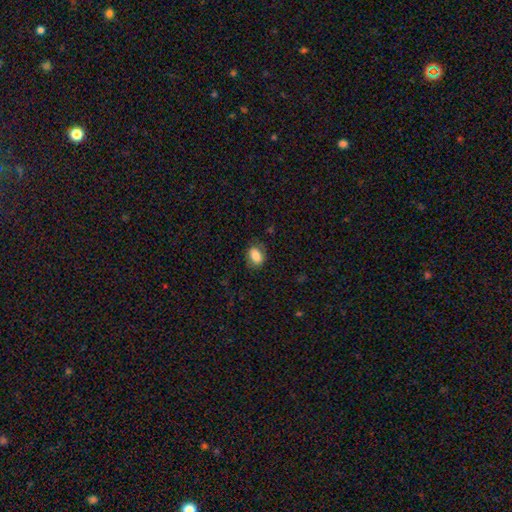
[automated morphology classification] A smooth galaxy with no disk features (81%) that is in between round and cigar-shaped (79%).

Vote fractions:
- Smooth or featured? smooth: 81% / featured or disk: 11% / star or artifact: 8%
- How rounded? in between: 79% / round: 19% / cigar-shaped: 2%
- Merging? none: 75% / minor disturbance: 19% / major disturbance: 6% / merger: 1%